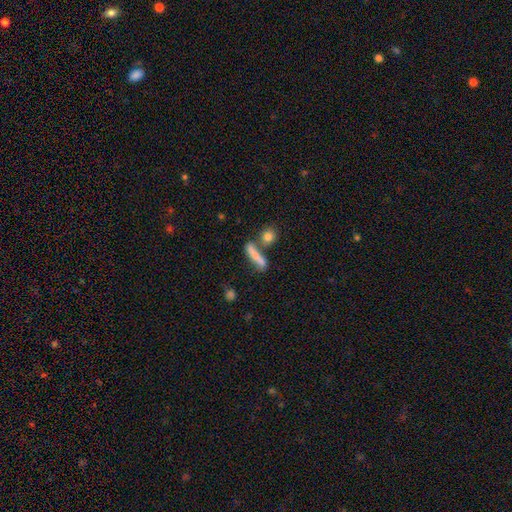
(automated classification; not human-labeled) Smooth or featured?
  - smooth: 72% *
  - featured or disk: 19%
  - star or artifact: 9%
How rounded?
  - cigar-shaped: 77% *
  - in between: 16%
  - round: 7%
Merging?
  - none: 57% *
  - merger: 23%
  - minor disturbance: 13%
  - major disturbance: 7%